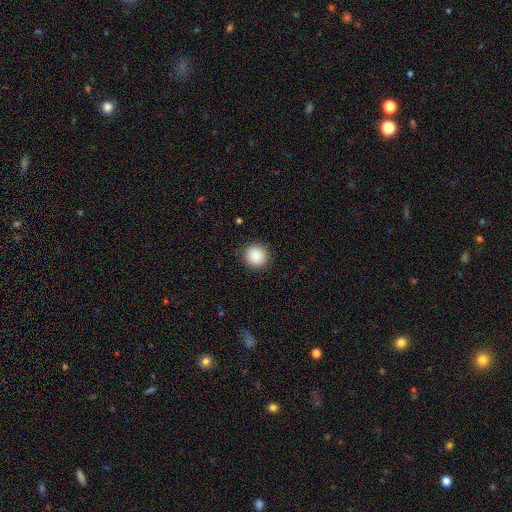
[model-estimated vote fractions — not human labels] smooth_or_featured: smooth (p=0.89) [alt: star or artifact p=0.08]
how_rounded: round (p=0.91) [alt: in between p=0.08]
merging: none (p=0.90) [alt: minor disturbance p=0.07]